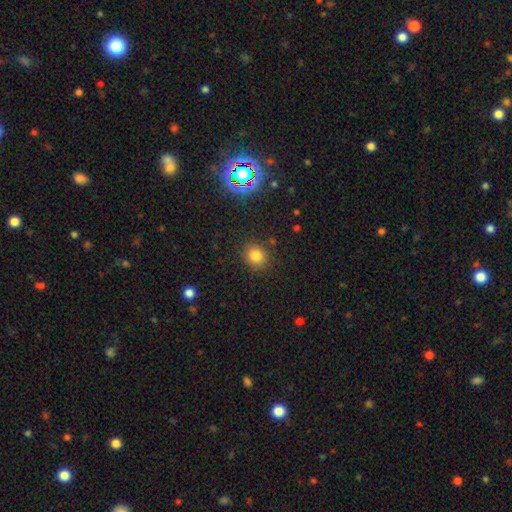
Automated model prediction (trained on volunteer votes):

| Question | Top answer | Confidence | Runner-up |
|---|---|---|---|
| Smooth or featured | smooth | 79% | star or artifact (15%) |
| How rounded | round | 78% | in between (21%) |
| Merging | none | 86% | minor disturbance (9%) |